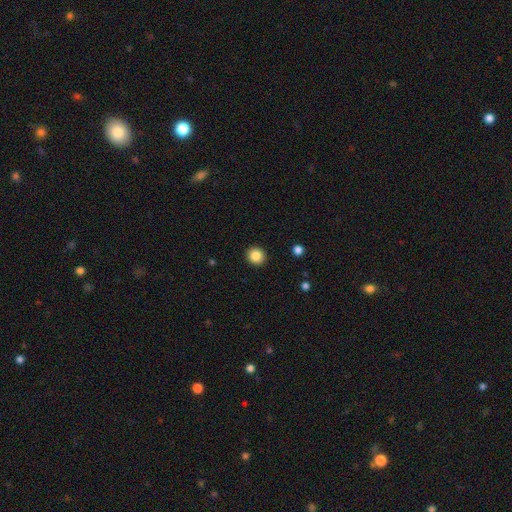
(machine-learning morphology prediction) Smooth or featured? Predicted: smooth (p=0.85). How rounded? Predicted: round (p=0.92). Merging? Predicted: none (p=0.93).